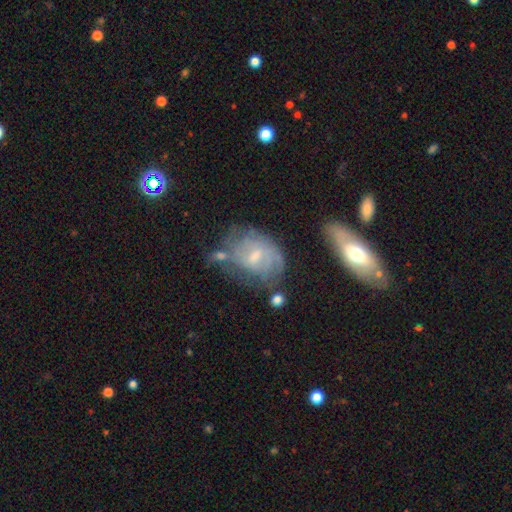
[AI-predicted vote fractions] This is likely a featured or disk galaxy (65%). It is clearly not viewed edge-on (95%). Bar: possibly weak (53%). Spiral arm pattern: likely yes (73%). Central bulge: marginally moderate (44%, tied with small). Merging: possibly none (47%).